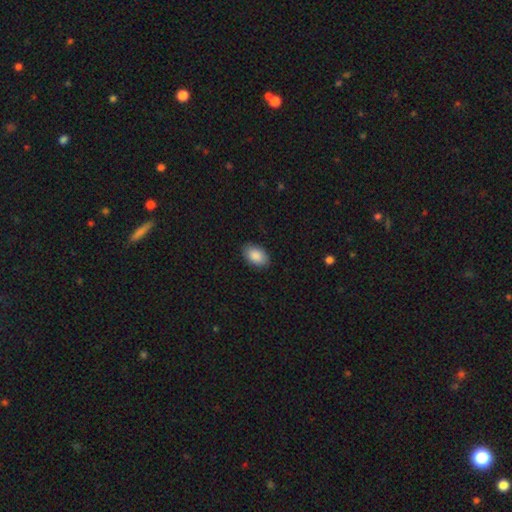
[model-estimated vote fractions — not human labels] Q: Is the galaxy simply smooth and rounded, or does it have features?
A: smooth — 89%.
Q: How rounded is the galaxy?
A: in between — 92%.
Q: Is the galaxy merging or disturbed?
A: none — 87%.